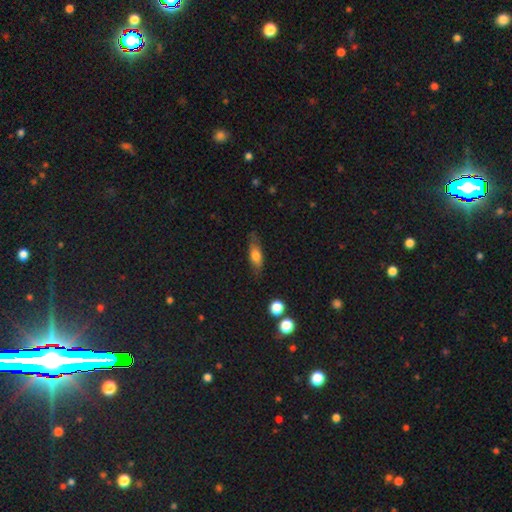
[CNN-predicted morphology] Smooth or featured? Predicted: smooth (p=0.66). How rounded? Predicted: in between (p=0.62). Merging? Predicted: none (p=0.72).